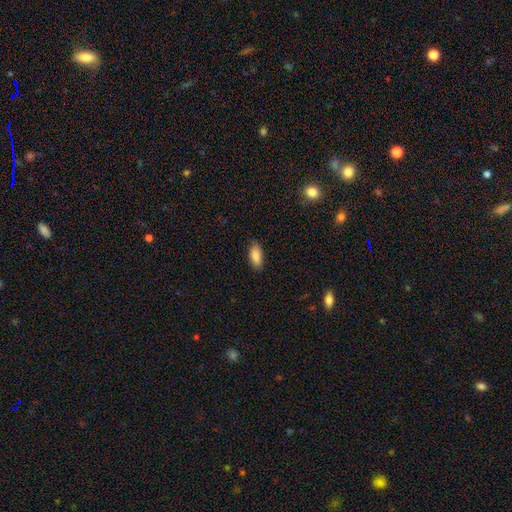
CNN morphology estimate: type=smooth (87%); roundness=in between (83%); merging=none (83%).